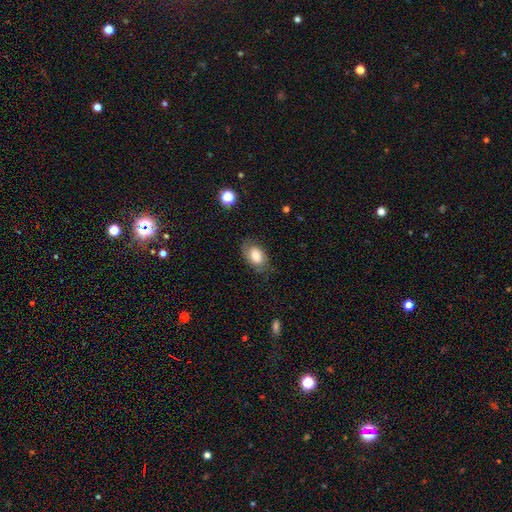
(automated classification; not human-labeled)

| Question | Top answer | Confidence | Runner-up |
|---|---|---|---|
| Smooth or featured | smooth | 62% | featured or disk (29%) |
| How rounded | in between | 87% | round (11%) |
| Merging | none | 64% | minor disturbance (24%) |